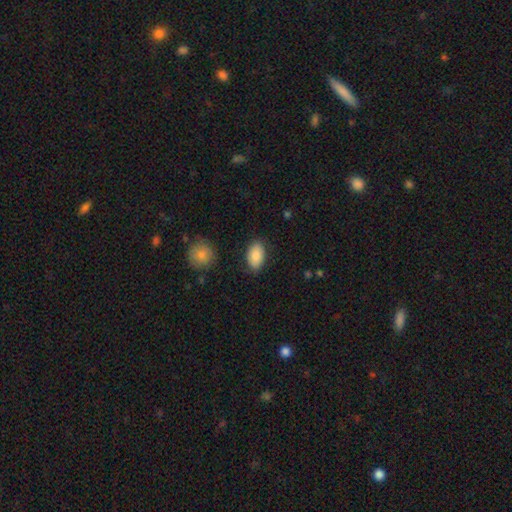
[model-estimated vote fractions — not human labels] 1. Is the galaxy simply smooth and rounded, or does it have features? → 86% smooth, 8% featured or disk, 6% star or artifact.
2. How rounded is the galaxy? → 91% in between, 7% round, 1% cigar-shaped.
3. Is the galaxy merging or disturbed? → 82% none, 13% minor disturbance, 3% major disturbance, 2% merger.